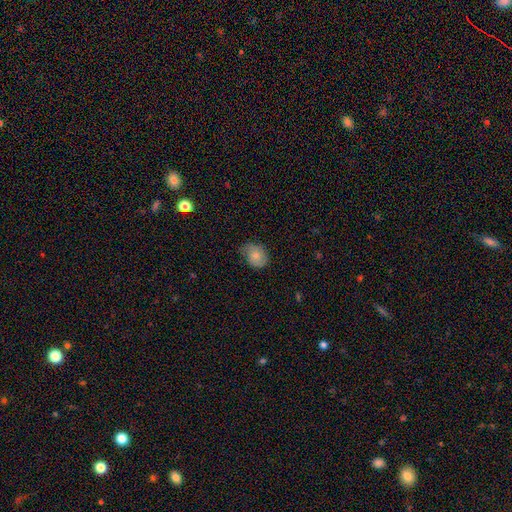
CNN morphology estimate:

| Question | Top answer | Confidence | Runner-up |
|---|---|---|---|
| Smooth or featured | smooth | 79% | featured or disk (14%) |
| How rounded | in between | 54% | round (45%) |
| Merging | none | 58% | minor disturbance (33%) |